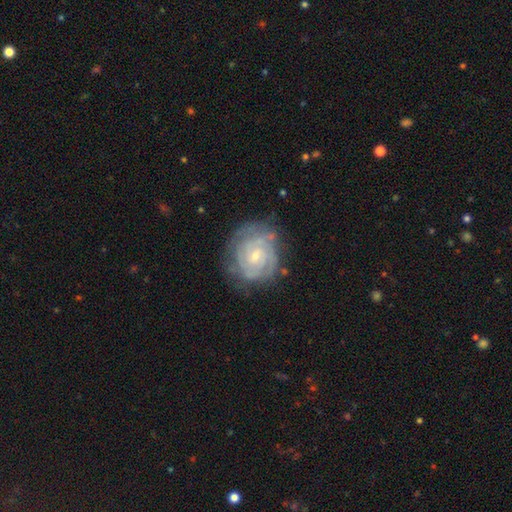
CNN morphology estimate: This appears to be a featured or disk galaxy (83%) with no bar (60%), tight (75%) spiral arms (94%) and a small central bulge (67%). Merging: none (70%).